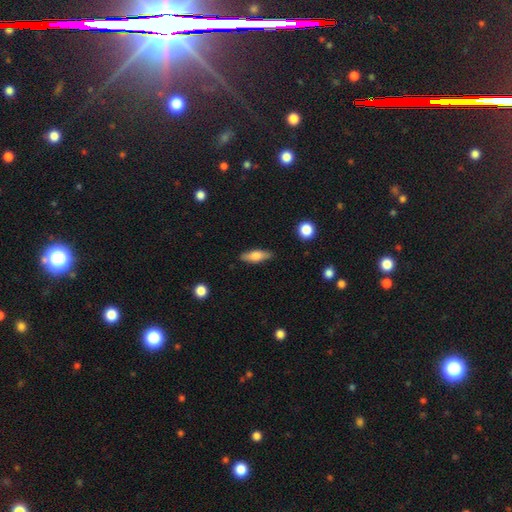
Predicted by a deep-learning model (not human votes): This is likely a smooth galaxy (69%). How rounded: possibly in between (54%). Merging: clearly none (85%).